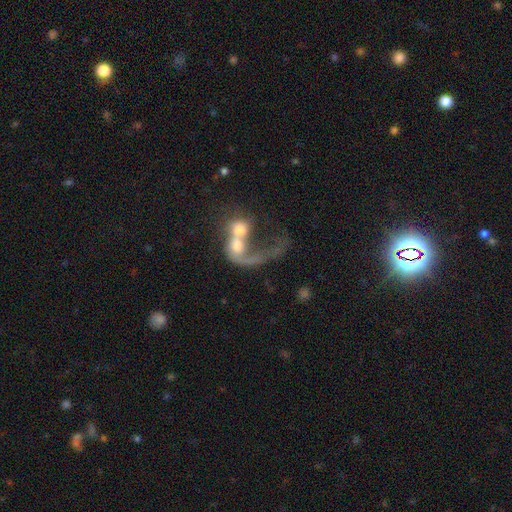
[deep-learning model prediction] This appears to be a featured or disk galaxy (62%) with no bar (71%), spiral arms (65%) and a moderate central bulge (44%). Merging: merger (72%).